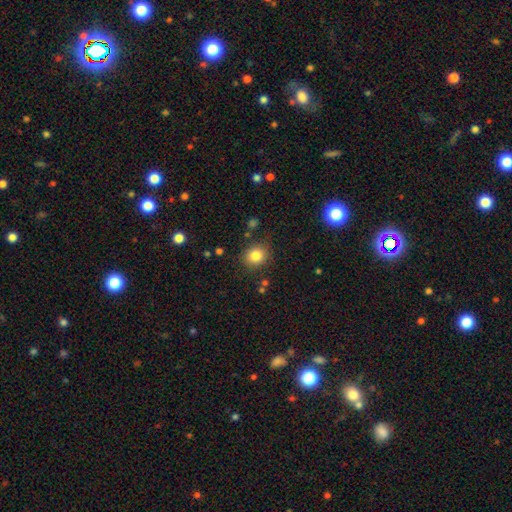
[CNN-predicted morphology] A smooth galaxy with no disk features (83%) that is round (78%). Merging: none (83%).